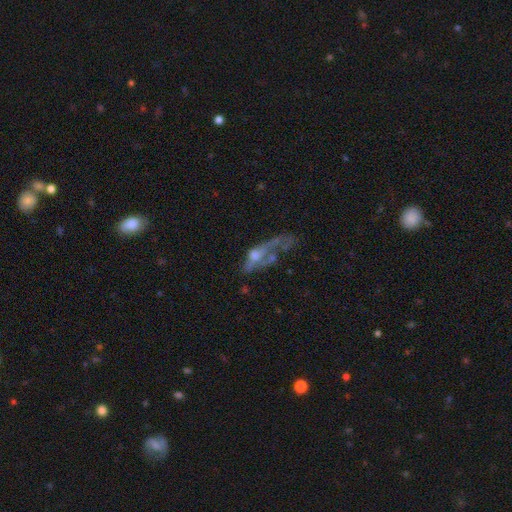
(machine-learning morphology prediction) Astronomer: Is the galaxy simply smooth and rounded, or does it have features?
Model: featured or disk — 56% (runner-up: smooth, 32%).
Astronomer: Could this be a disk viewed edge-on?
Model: no — 78%.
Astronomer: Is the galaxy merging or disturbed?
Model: major disturbance — 49%.